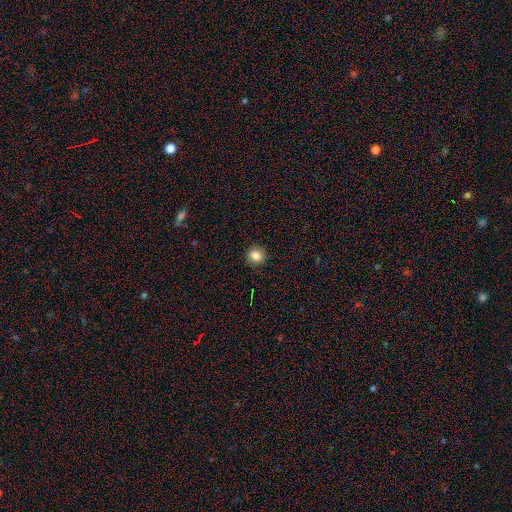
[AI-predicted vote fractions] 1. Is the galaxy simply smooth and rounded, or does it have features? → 83% smooth, 11% star or artifact, 6% featured or disk.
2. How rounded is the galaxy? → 85% round, 14% in between, 1% cigar-shaped.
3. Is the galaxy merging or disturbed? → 91% none, 6% minor disturbance, 2% major disturbance, 1% merger.